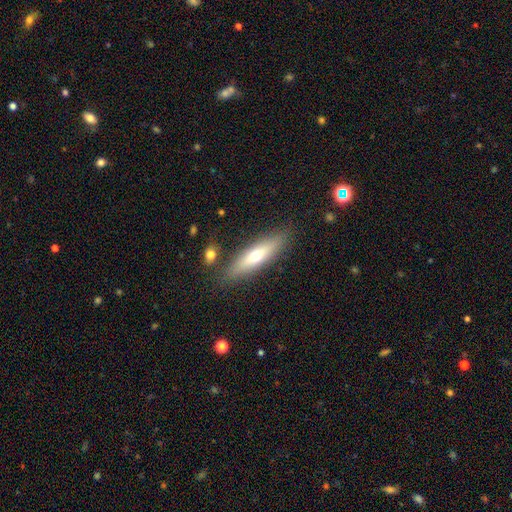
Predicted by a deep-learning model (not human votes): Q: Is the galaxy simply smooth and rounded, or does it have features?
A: smooth — 56%.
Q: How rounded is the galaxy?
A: cigar-shaped — 67%.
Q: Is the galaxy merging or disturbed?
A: none — 83%.